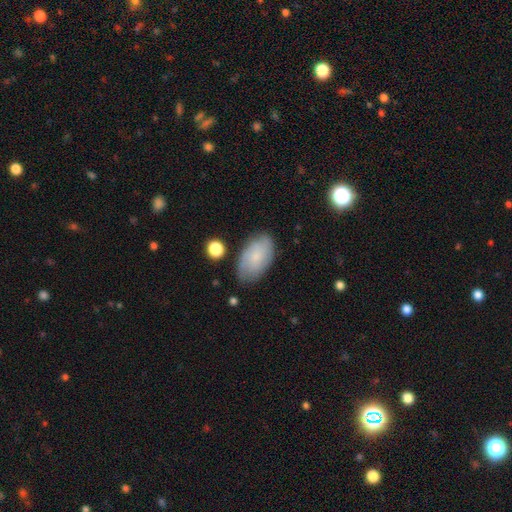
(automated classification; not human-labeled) The model was most divided on "smooth or featured": smooth: 62%, featured or disk: 31%, star or artifact: 8%. More confident: how rounded — in between (94%); merging — none (76%).